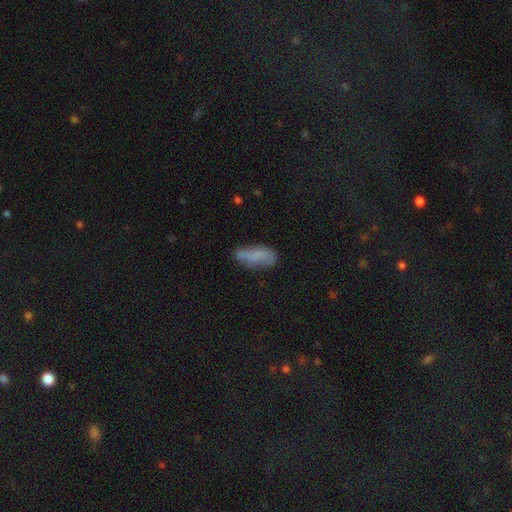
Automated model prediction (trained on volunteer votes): Smooth or featured? Predicted: smooth (p=0.66). How rounded? Predicted: in between (p=0.66). Merging? Predicted: none (p=0.60).